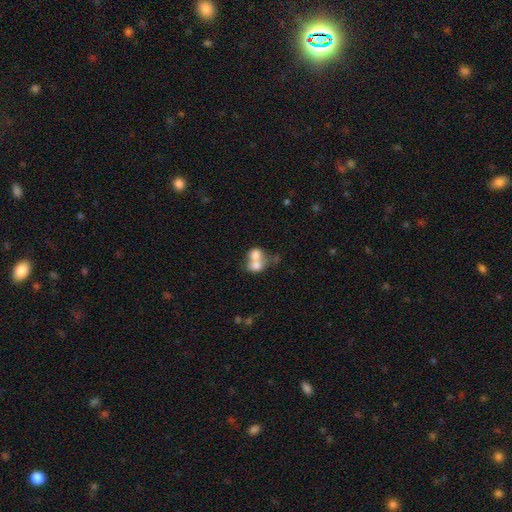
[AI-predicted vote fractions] A smooth galaxy with no disk features (71%) that is round (58%). Merging: merger (73%).